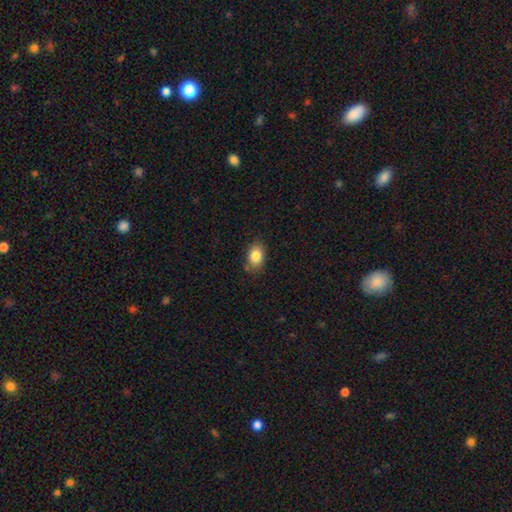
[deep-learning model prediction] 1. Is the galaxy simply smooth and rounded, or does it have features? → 84% smooth, 8% star or artifact, 7% featured or disk.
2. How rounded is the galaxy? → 82% in between, 17% round, 1% cigar-shaped.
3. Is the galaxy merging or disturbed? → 79% none, 15% minor disturbance, 3% major disturbance, 2% merger.